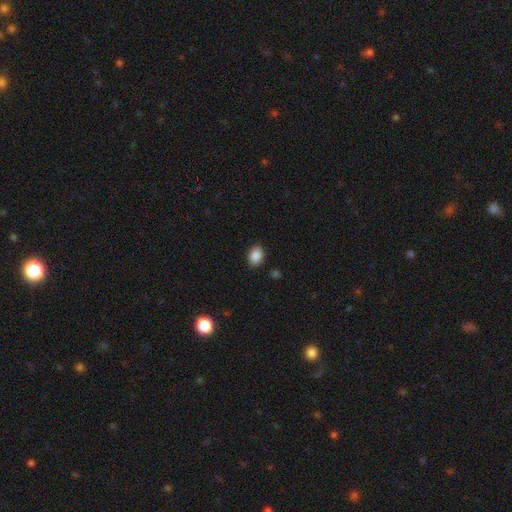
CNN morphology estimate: This is clearly a smooth galaxy (87%). How rounded: likely in between (64%). Merging: clearly none (89%).